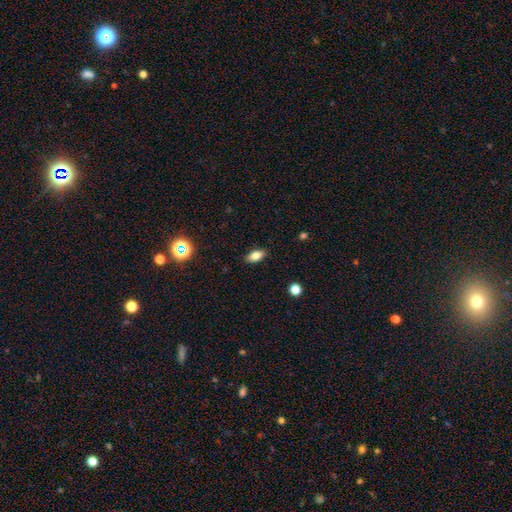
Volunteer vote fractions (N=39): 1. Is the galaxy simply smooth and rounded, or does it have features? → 77% smooth, 15% featured or disk, 8% star or artifact.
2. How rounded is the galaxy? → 97% in between, 3% round, 0% cigar-shaped.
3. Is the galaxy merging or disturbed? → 94% none, 3% minor disturbance, 3% major disturbance, 0% merger.